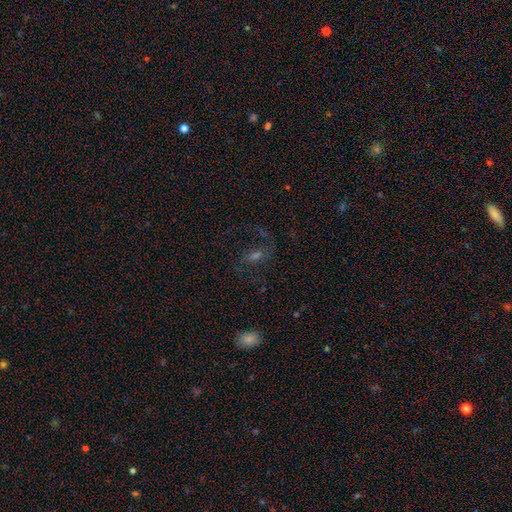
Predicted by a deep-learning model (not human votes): This appears to be a featured or disk galaxy (47%). Merging: none (64%).